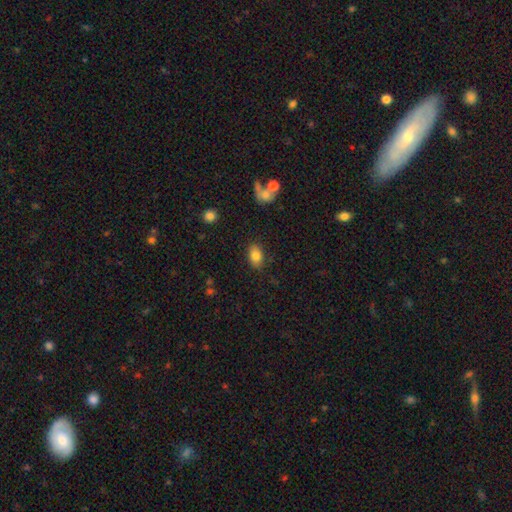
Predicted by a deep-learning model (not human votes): Morphology: type=smooth (82%); roundness=in between (87%); merging=none (83%).